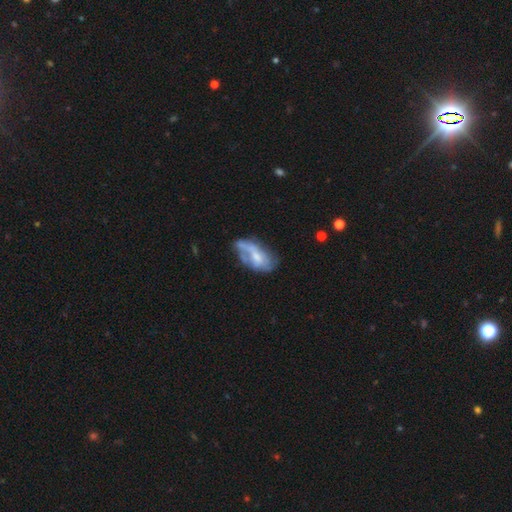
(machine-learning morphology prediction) Q: Smooth or featured?
A: featured or disk (53%); runner-up: smooth (40%)
Q: Edge-on disk?
A: no (93%); runner-up: yes (7%)
Q: Merging?
A: none (36%); runner-up: minor disturbance (29%)